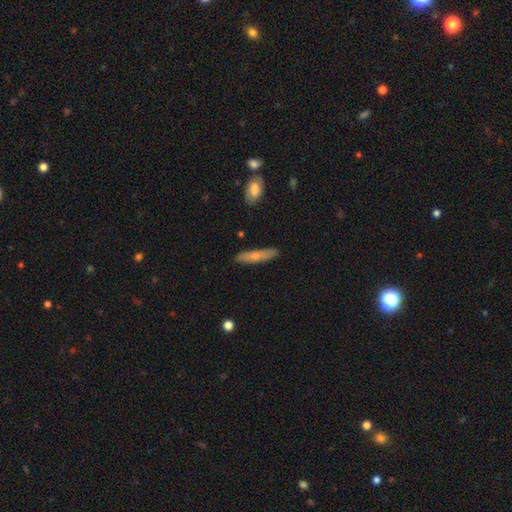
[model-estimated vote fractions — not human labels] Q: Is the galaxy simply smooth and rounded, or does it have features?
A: smooth — 68%.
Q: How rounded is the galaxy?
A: cigar-shaped — 82%.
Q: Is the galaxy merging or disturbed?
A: none — 86%.